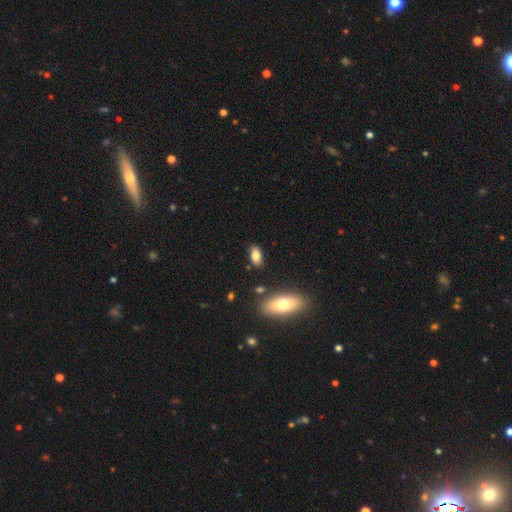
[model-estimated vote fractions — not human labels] smooth 79%, featured or disk 13%, star or artifact 8%. Down the decision tree: how rounded — in between (88%); merging — none (83%).